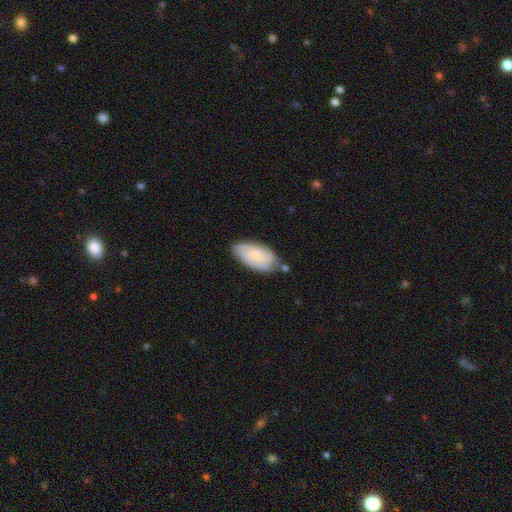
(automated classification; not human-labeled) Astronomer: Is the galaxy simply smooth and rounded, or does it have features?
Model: smooth — 51% (runner-up: featured or disk, 42%).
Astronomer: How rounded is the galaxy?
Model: in between — 92%.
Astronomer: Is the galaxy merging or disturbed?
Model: none — 66%.